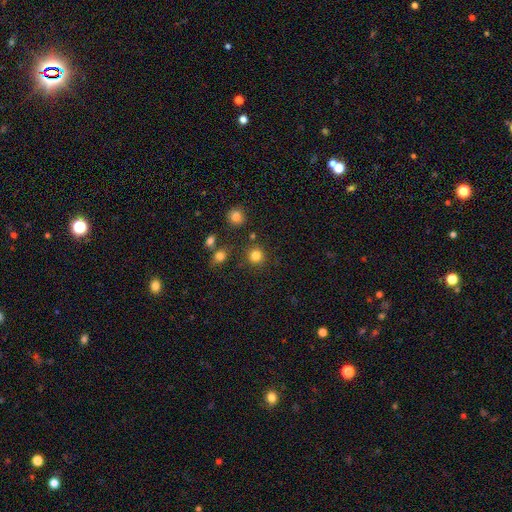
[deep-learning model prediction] This appears to be a smooth galaxy with no disk features (81%) that is round (92%). Merging: none (84%).